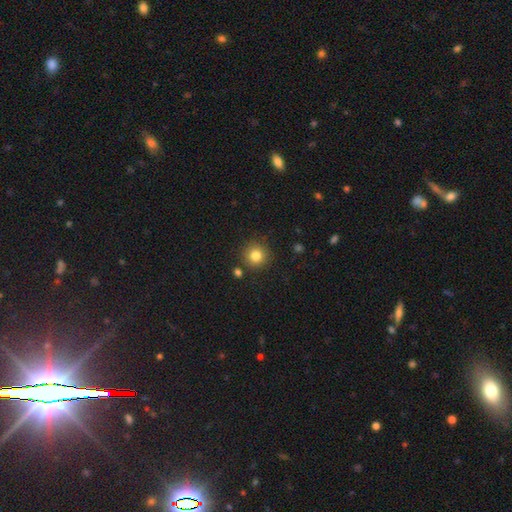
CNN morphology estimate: Smooth or featured? smooth (82%)
How rounded? round (94%)
Merging? none (87%)